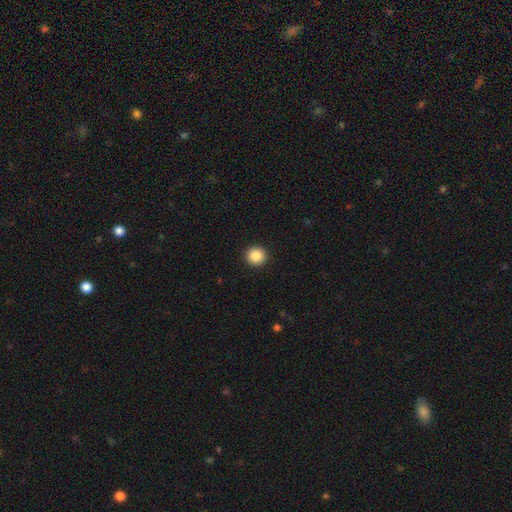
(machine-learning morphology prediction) smooth 87%, star or artifact 9%, featured or disk 3%. Down the decision tree: how rounded — round (94%); merging — none (93%).